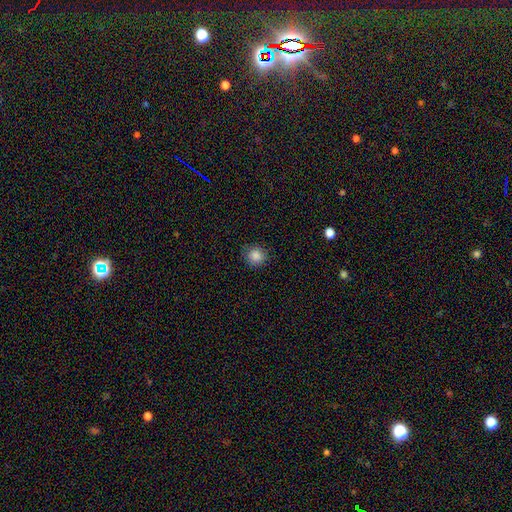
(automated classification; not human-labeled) This appears to be a smooth galaxy with no disk features (85%) that is round (88%). Merging: none (86%).